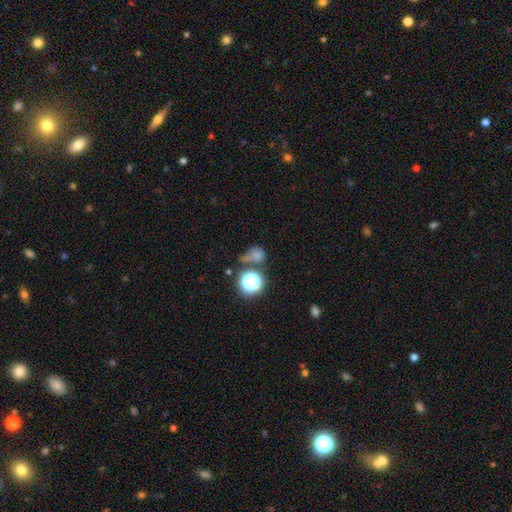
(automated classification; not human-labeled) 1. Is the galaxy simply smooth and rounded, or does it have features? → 62% smooth, 27% star or artifact, 11% featured or disk.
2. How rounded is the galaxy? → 70% round, 28% in between, 2% cigar-shaped.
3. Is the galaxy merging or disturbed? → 43% none, 22% merger, 19% minor disturbance, 16% major disturbance.